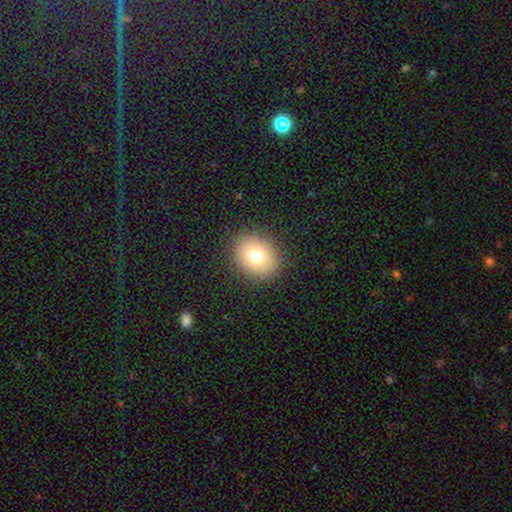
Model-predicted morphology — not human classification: smooth-or-featured: smooth: 75% | featured or disk: 13% | star or artifact: 13%
  how-rounded: round: 63% | in between: 37% | cigar-shaped: 1%
  merging: none: 89% | minor disturbance: 7% | major disturbance: 3% | merger: 1%